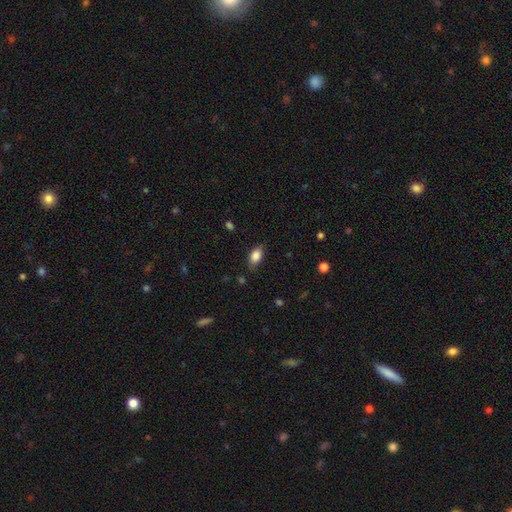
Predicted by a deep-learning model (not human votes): Smooth or featured? Predicted: smooth (p=0.85). How rounded? Predicted: in between (p=0.90). Merging? Predicted: none (p=0.77).